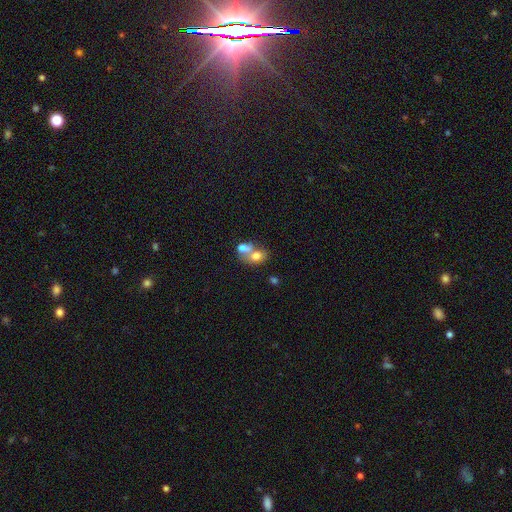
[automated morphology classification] Smooth or featured? Predicted: smooth (p=0.70). How rounded? Predicted: in between (p=0.63). Merging? Predicted: merger (p=0.67).